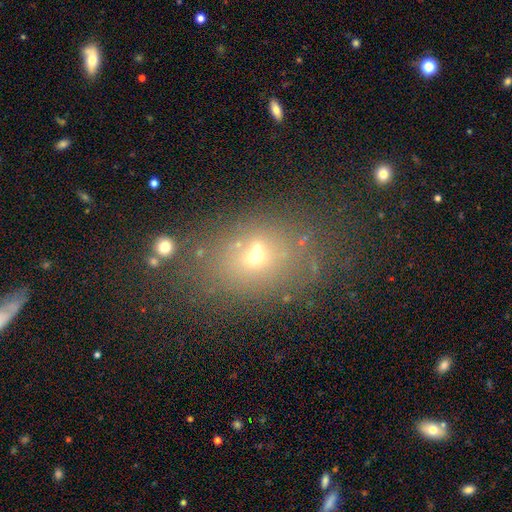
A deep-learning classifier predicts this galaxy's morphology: smooth-or-featured: smooth: 53% | star or artifact: 26% | featured or disk: 21%
  how-rounded: in between: 59% | round: 40% | cigar-shaped: 2%
  merging: none: 57% | merger: 21% | minor disturbance: 14% | major disturbance: 8%